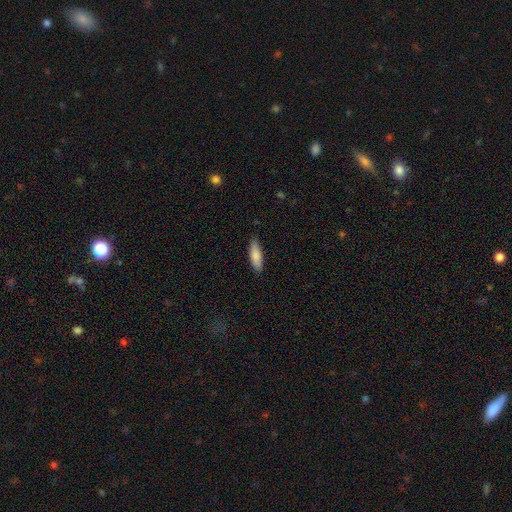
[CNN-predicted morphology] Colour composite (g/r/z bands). It shows a smooth galaxy with no disk features (84%) that is cigar-shaped (58%). Merging: none (86%).